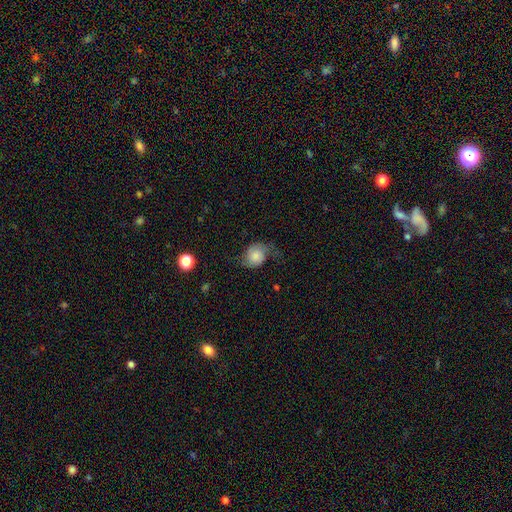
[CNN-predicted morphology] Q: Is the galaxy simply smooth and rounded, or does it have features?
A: featured or disk — 49%.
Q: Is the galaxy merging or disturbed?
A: none — 54%.